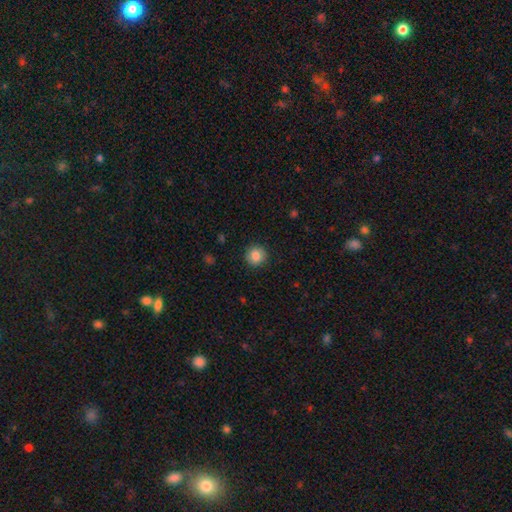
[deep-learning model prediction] Smooth or featured? Predicted: smooth (p=0.85). How rounded? Predicted: round (p=0.91). Merging? Predicted: none (p=0.90).